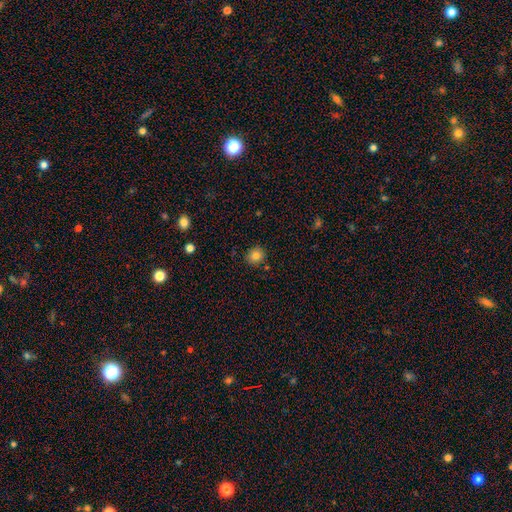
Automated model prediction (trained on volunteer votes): A smooth galaxy with no disk features (82%) that is round (86%).

Vote fractions:
- Smooth or featured? smooth: 82% / star or artifact: 11% / featured or disk: 7%
- How rounded? round: 86% / in between: 13% / cigar-shaped: 1%
- Merging? none: 86% / minor disturbance: 9% / merger: 3% / major disturbance: 2%